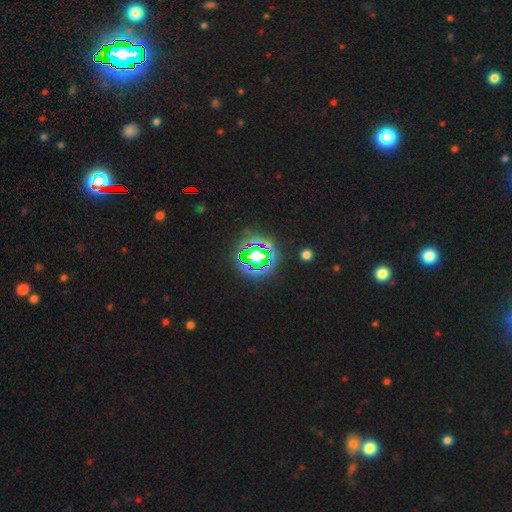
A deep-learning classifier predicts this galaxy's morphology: A star or artifact, not a galaxy (55%).

Vote fractions:
- Smooth or featured? star or artifact: 55% / smooth: 24% / featured or disk: 21%